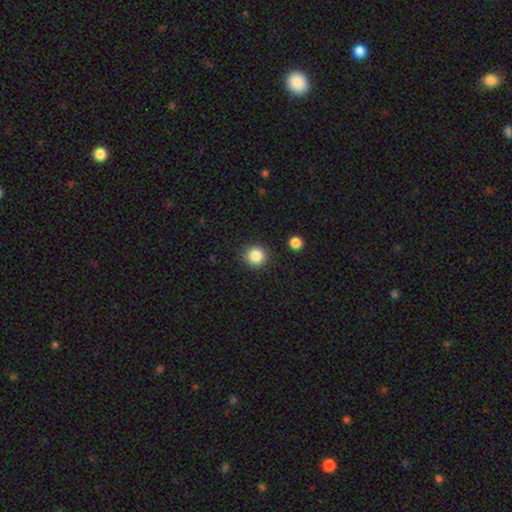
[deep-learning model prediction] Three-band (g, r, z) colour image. It shows a smooth galaxy with no disk features (86%) that is round (93%). Merging: none (89%).